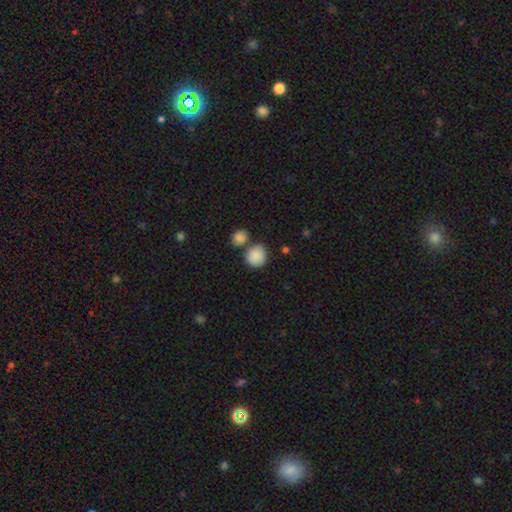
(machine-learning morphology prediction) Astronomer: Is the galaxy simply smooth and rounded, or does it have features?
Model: smooth — 87%.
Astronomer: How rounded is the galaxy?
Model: round — 84%.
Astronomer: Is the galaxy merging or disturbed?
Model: none — 63%.